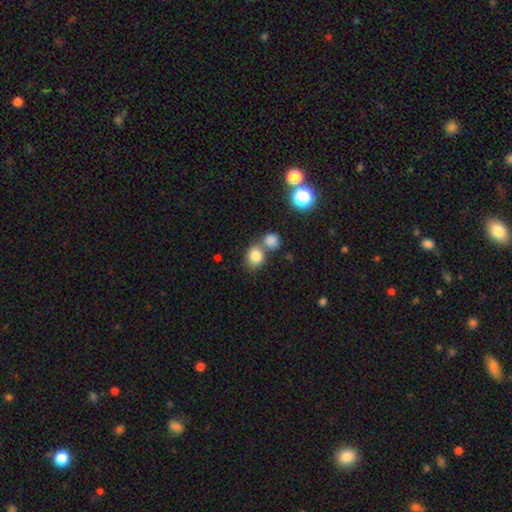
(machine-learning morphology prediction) smooth_or_featured: smooth (p=0.82) [alt: star or artifact p=0.11]
how_rounded: round (p=0.64) [alt: in between p=0.35]
merging: none (p=0.49) [alt: merger p=0.38]